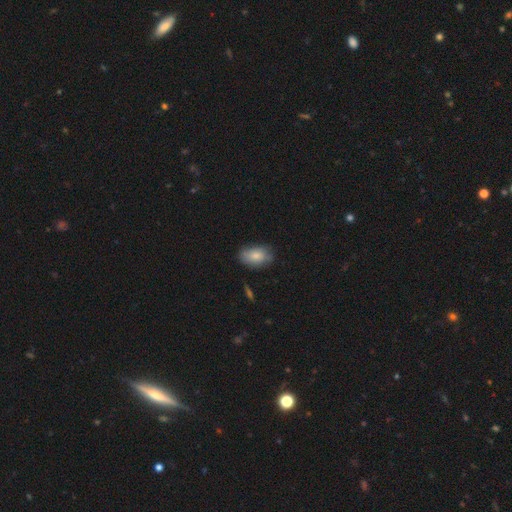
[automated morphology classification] Overall: smooth (81%). How rounded: in between (90%). Merging: none (72%).